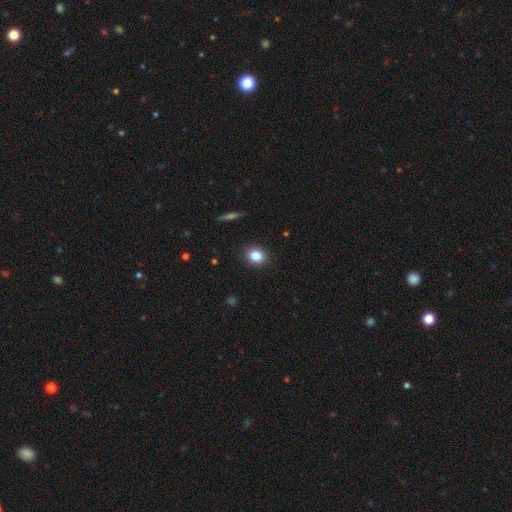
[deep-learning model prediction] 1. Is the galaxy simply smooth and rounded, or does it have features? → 85% smooth, 10% star or artifact, 5% featured or disk.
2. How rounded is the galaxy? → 55% round, 43% in between, 1% cigar-shaped.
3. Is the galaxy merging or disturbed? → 89% none, 7% minor disturbance, 2% major disturbance, 1% merger.